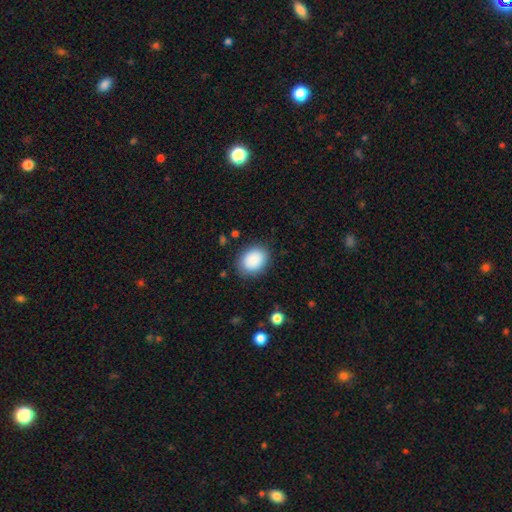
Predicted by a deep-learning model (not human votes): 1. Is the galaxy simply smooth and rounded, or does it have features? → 89% smooth, 7% star or artifact, 4% featured or disk.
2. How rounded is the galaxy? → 57% in between, 42% round, 1% cigar-shaped.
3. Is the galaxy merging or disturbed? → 85% none, 11% minor disturbance, 3% major disturbance, 1% merger.